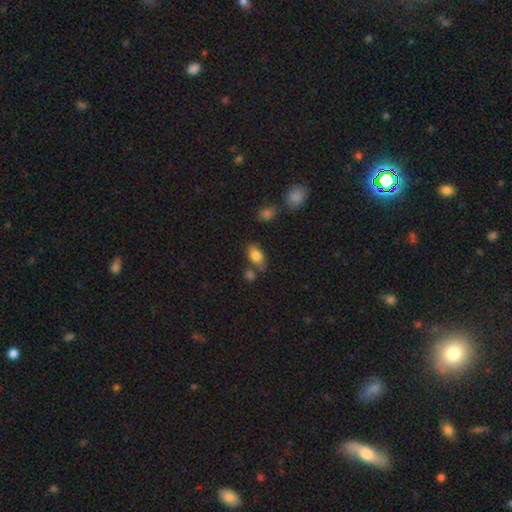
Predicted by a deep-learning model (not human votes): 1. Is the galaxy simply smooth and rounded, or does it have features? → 80% smooth, 12% featured or disk, 8% star or artifact.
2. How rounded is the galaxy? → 88% in between, 7% round, 5% cigar-shaped.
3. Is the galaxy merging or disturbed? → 66% none, 18% minor disturbance, 12% merger, 5% major disturbance.